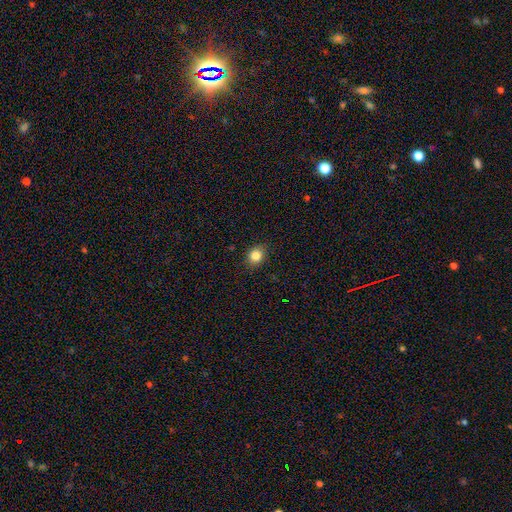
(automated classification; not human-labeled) Smooth or featured: smooth — 84% (star or artifact — 11%)
How rounded: round — 69% (in between — 30%)
Merging: none — 86% (minor disturbance — 10%)